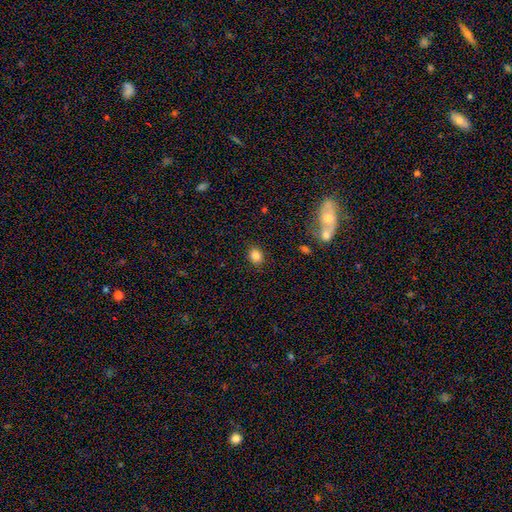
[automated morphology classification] Smooth or featured: smooth — 84% (star or artifact — 11%)
How rounded: round — 52% (in between — 47%)
Merging: none — 87% (minor disturbance — 9%)